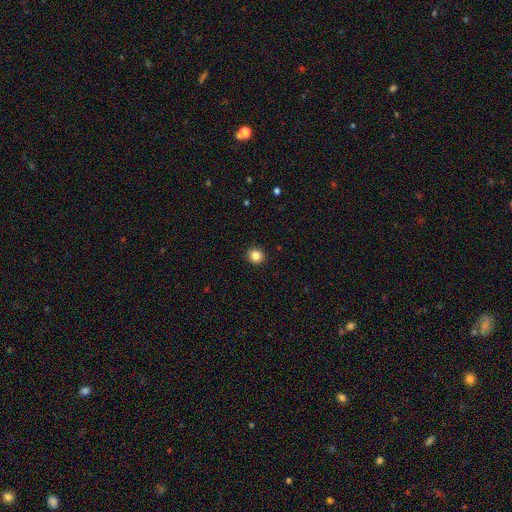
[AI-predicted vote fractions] smooth-or-featured: smooth: 84% | star or artifact: 11% | featured or disk: 5%
  how-rounded: round: 89% | in between: 10% | cigar-shaped: 1%
  merging: none: 93% | minor disturbance: 5% | major disturbance: 2% | merger: 1%